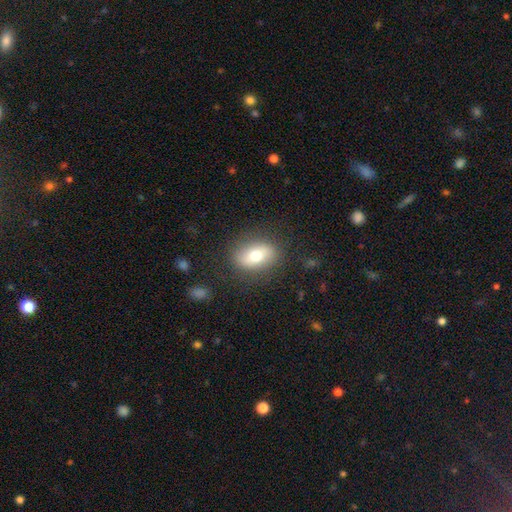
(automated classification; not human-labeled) Q: Smooth or featured?
A: smooth (67%); runner-up: featured or disk (24%)
Q: How rounded?
A: in between (76%); runner-up: round (22%)
Q: Merging?
A: none (82%); runner-up: minor disturbance (12%)